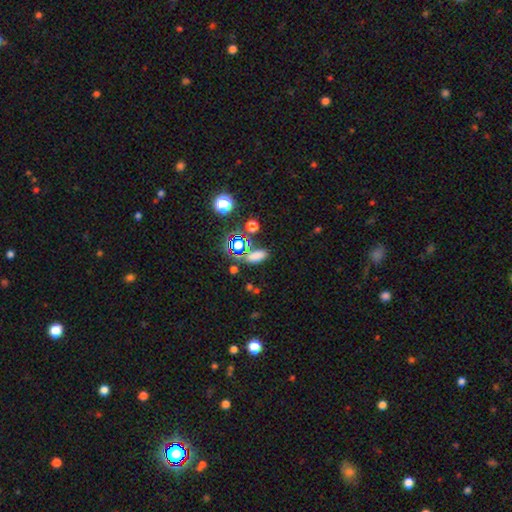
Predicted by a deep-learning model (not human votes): smooth 70%, star or artifact 24%, featured or disk 7%. Down the decision tree: how rounded — in between (78%); merging — none (75%).